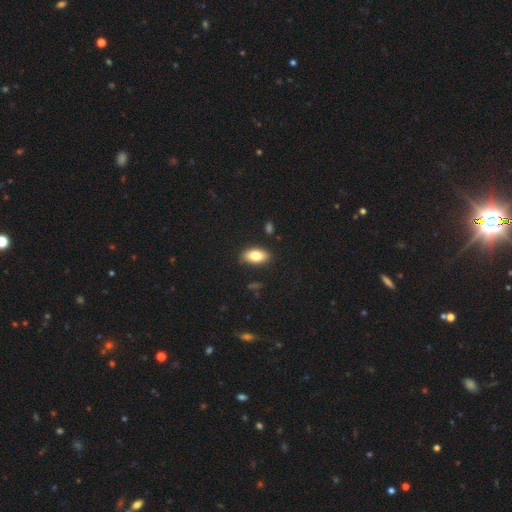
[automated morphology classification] smooth_or_featured: smooth (p=0.81) [alt: featured or disk p=0.12]
how_rounded: in between (p=0.91) [alt: round p=0.05]
merging: none (p=0.86) [alt: minor disturbance p=0.10]